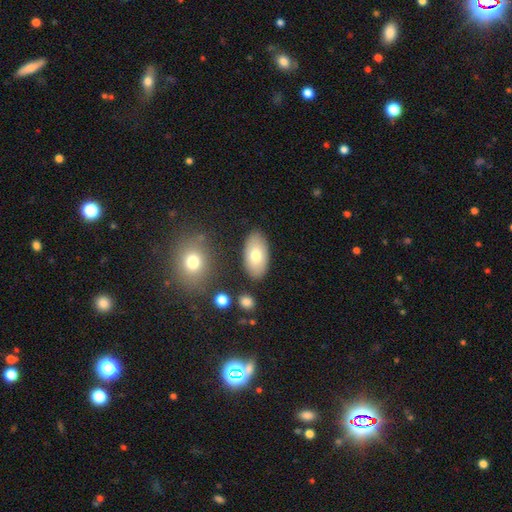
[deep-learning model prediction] smooth 74%, featured or disk 20%, star or artifact 7%. Down the decision tree: how rounded — in between (94%); merging — none (83%).